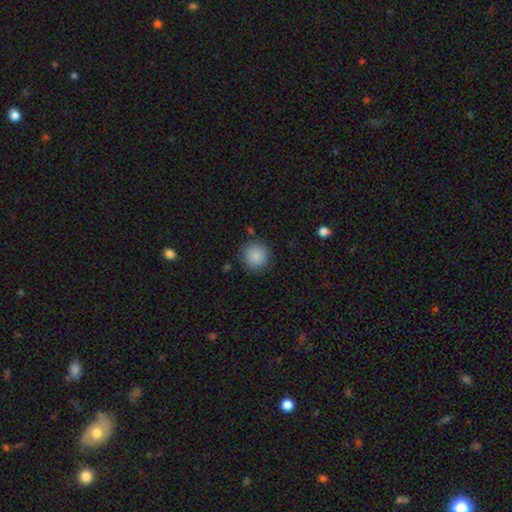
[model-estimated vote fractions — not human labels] smooth_or_featured: smooth (p=0.88) [alt: star or artifact p=0.08]
how_rounded: round (p=0.92) [alt: in between p=0.07]
merging: none (p=0.87) [alt: minor disturbance p=0.09]